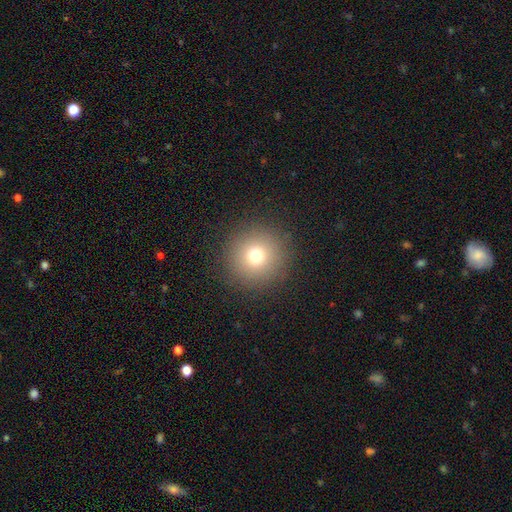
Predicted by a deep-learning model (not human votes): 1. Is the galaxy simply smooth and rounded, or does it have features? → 73% smooth, 16% star or artifact, 11% featured or disk.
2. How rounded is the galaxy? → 96% round, 3% in between, 1% cigar-shaped.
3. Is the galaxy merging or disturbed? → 90% none, 6% minor disturbance, 3% major disturbance, 1% merger.